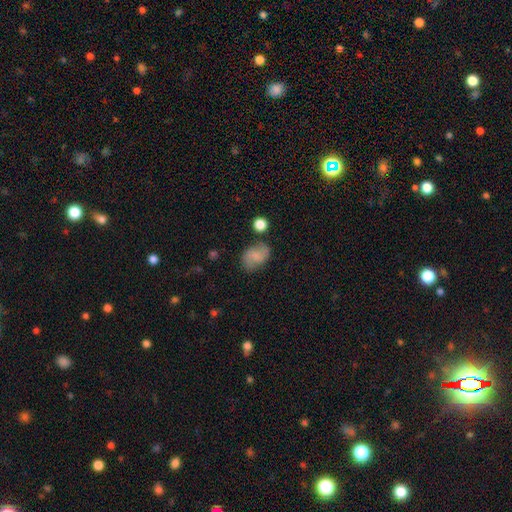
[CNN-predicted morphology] Smooth or featured? Predicted: smooth (p=0.58). How rounded? Predicted: in between (p=0.79). Merging? Predicted: none (p=0.70).